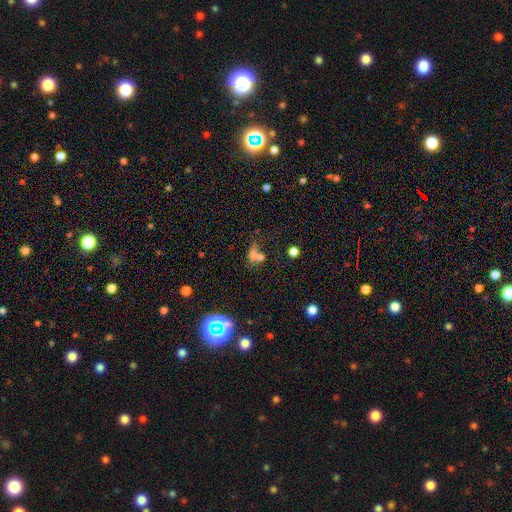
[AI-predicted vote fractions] This appears to be a smooth galaxy with no disk features (58%) that is in between round and cigar-shaped (49%). Merging: merger (41%).